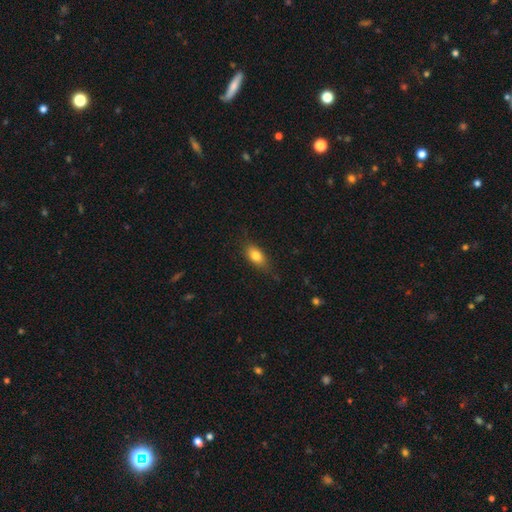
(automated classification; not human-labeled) smooth_or_featured: smooth (p=0.80) [alt: featured or disk p=0.12]
how_rounded: in between (p=0.85) [alt: cigar-shaped p=0.08]
merging: none (p=0.77) [alt: minor disturbance p=0.18]